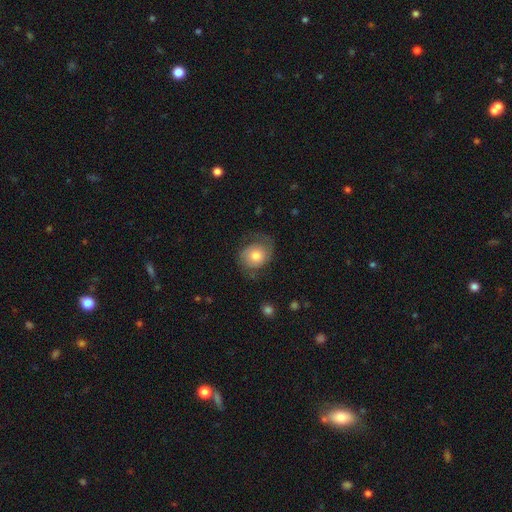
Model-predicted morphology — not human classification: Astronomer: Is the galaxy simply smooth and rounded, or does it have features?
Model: featured or disk — 54% (runner-up: smooth, 38%).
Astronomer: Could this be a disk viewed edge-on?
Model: no — 97%.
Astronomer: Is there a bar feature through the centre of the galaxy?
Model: no — 78%.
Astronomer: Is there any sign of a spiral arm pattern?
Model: yes — 87%.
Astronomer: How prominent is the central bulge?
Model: moderate — 61%.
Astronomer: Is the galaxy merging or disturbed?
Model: none — 59%.